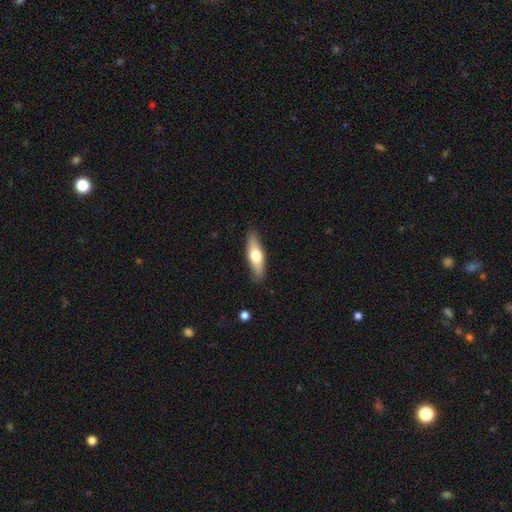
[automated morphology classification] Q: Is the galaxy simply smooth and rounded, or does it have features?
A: smooth — 58%.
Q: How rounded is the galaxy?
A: cigar-shaped — 55%.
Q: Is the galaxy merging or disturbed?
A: none — 85%.